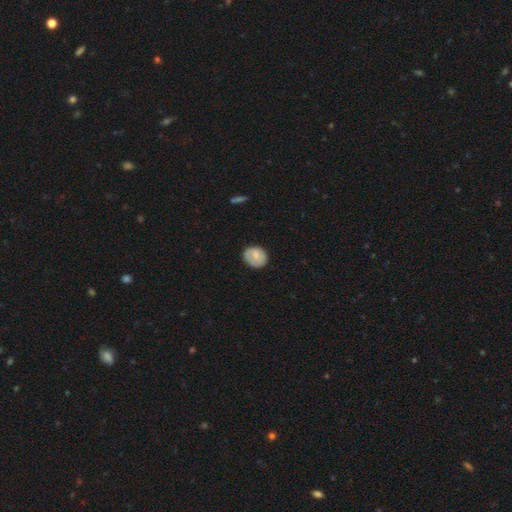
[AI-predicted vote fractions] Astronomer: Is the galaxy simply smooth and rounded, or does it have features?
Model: smooth — 76%.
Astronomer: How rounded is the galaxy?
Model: round — 59% (runner-up: in between, 40%).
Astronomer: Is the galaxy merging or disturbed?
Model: none — 72%.